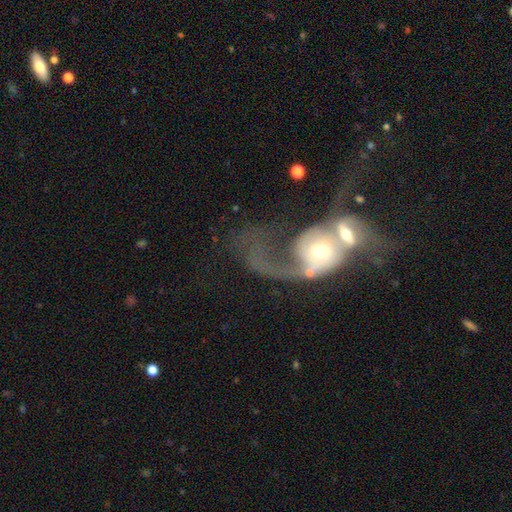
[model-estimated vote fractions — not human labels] Q: Smooth or featured?
A: featured or disk (68%); runner-up: smooth (23%)
Q: Edge-on disk?
A: no (95%); runner-up: yes (5%)
Q: Bar?
A: no (71%); runner-up: weak (22%)
Q: Spiral arms?
A: yes (74%); runner-up: no (26%)
Q: Bulge size?
A: moderate (53%); runner-up: small (32%)
Q: Merging?
A: merger (72%); runner-up: major disturbance (17%)